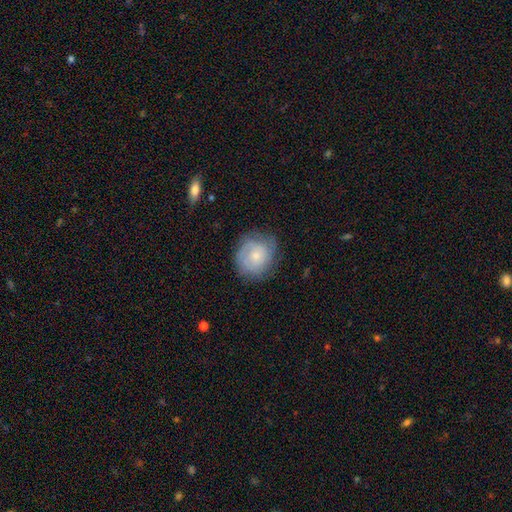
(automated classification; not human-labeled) The model was most divided on "smooth or featured" (2-way tie): featured or disk: 46%, smooth: 46%, star or artifact: 8%. More confident: merging — none (70%).